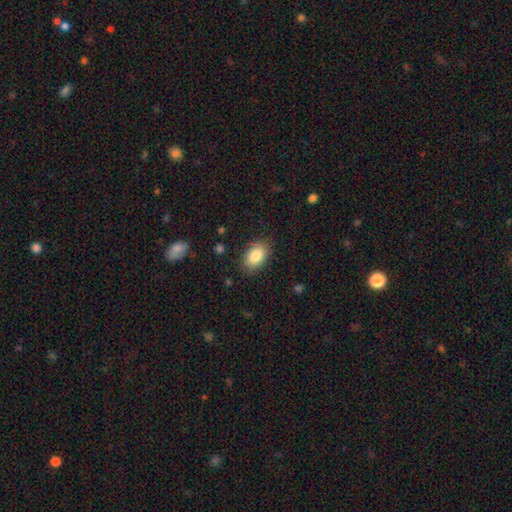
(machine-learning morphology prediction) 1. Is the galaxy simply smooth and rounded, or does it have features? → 84% smooth, 8% featured or disk, 7% star or artifact.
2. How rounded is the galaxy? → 87% in between, 12% round, 1% cigar-shaped.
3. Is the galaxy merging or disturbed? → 84% none, 12% minor disturbance, 3% major disturbance, 1% merger.